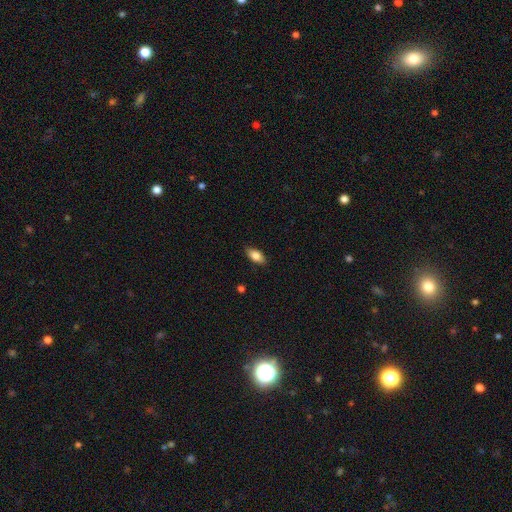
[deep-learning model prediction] smooth_or_featured: smooth (p=0.80) [alt: featured or disk p=0.13]
how_rounded: in between (p=0.88) [alt: cigar-shaped p=0.09]
merging: none (p=0.87) [alt: minor disturbance p=0.10]